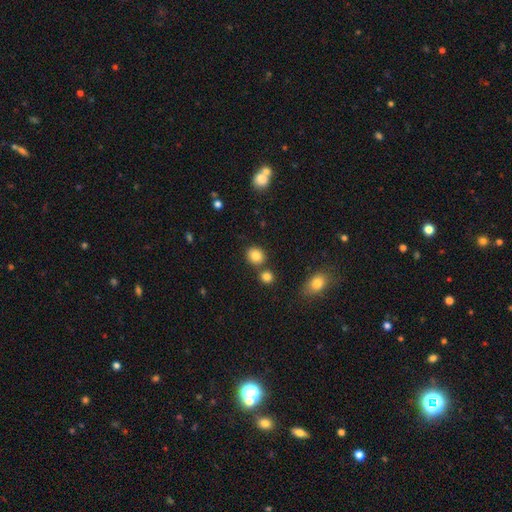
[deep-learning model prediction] A smooth galaxy with no disk features (84%) that is round (72%).

Vote fractions:
- Smooth or featured? smooth: 84% / star or artifact: 10% / featured or disk: 5%
- How rounded? round: 72% / in between: 27% / cigar-shaped: 1%
- Merging? none: 74% / merger: 14% / minor disturbance: 9% / major disturbance: 3%